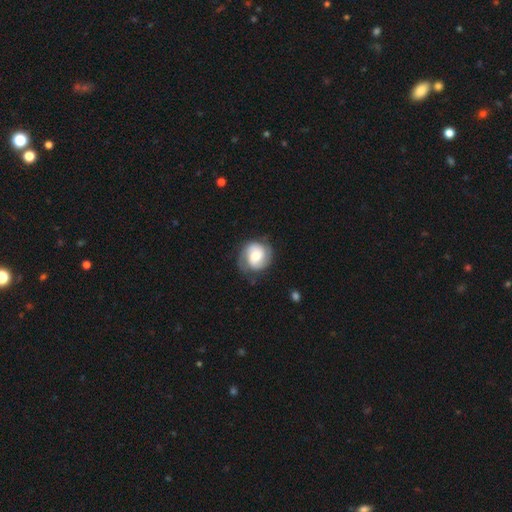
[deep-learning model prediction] Q: Smooth or featured?
A: featured or disk (68%); runner-up: smooth (26%)
Q: Edge-on disk?
A: no (98%); runner-up: yes (2%)
Q: Bar?
A: no (55%); runner-up: weak (35%)
Q: Spiral arms?
A: yes (93%); runner-up: no (7%)
Q: Spiral winding?
A: tight (47%); runner-up: medium (40%)
Q: Spiral arm count?
A: 2 (80%); runner-up: can't tell (8%)
Q: Bulge size?
A: moderate (57%); runner-up: large (20%)
Q: Merging?
A: none (73%); runner-up: minor disturbance (18%)